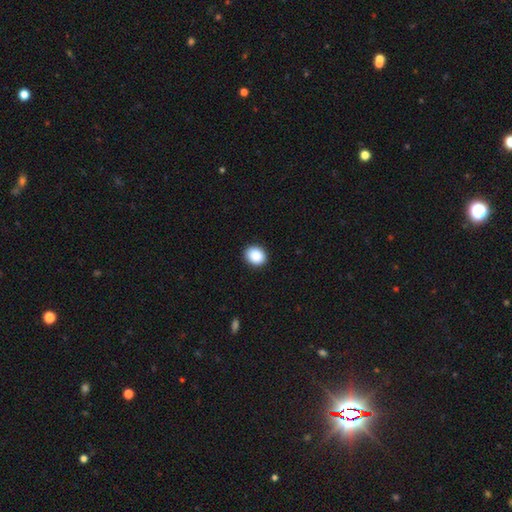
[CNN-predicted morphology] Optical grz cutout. It shows a smooth galaxy with no disk features (90%) that is round (56%). Merging: none (91%).